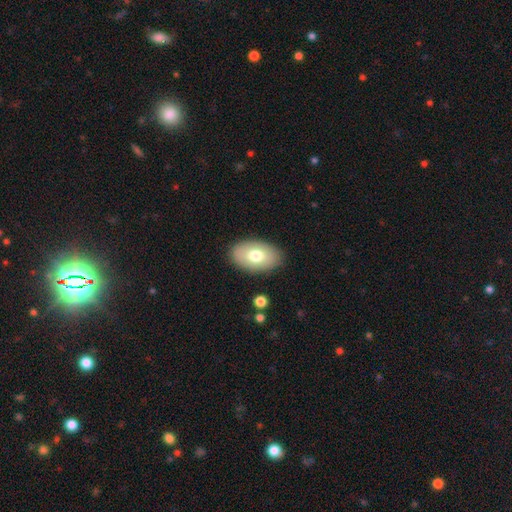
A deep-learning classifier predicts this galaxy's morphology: smooth 72%, featured or disk 21%, star or artifact 7%. Down the decision tree: how rounded — in between (92%); merging — none (87%).